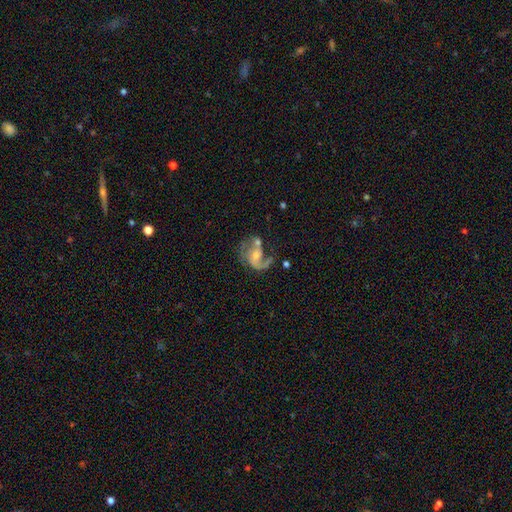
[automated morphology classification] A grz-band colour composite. It shows a featured or disk galaxy (81%) with no bar (59%), 2 (48%) loose (46%) spiral arms (91%) and a small central bulge (43%). Merging: none (35%).